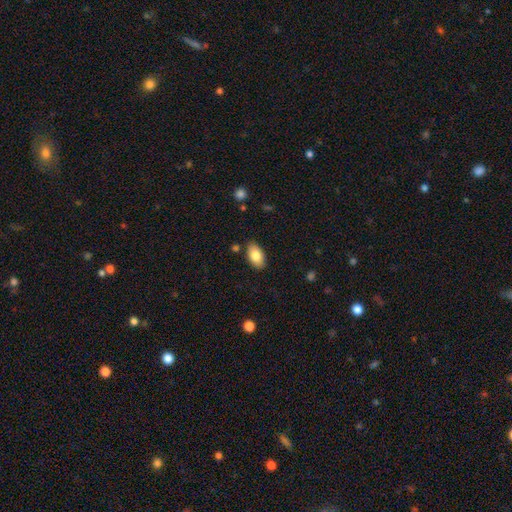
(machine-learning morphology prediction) This appears to be a smooth galaxy with no disk features (81%) that is in between round and cigar-shaped (93%). Merging: none (85%).